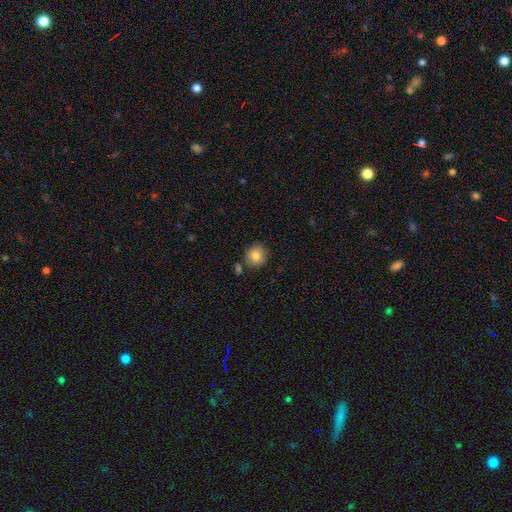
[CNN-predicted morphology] Smooth or featured: smooth — 82% (star or artifact — 9%)
How rounded: round — 89% (in between — 10%)
Merging: none — 79% (minor disturbance — 11%)